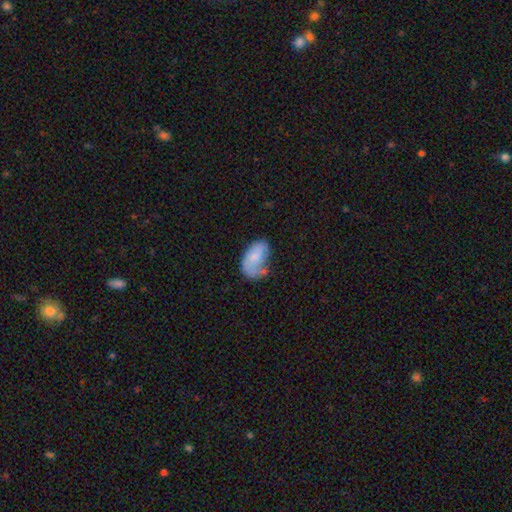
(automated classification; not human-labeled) smooth_or_featured: smooth (p=0.65) [alt: featured or disk p=0.28]
how_rounded: in between (p=0.92) [alt: round p=0.06]
merging: none (p=0.38) [alt: minor disturbance p=0.32]